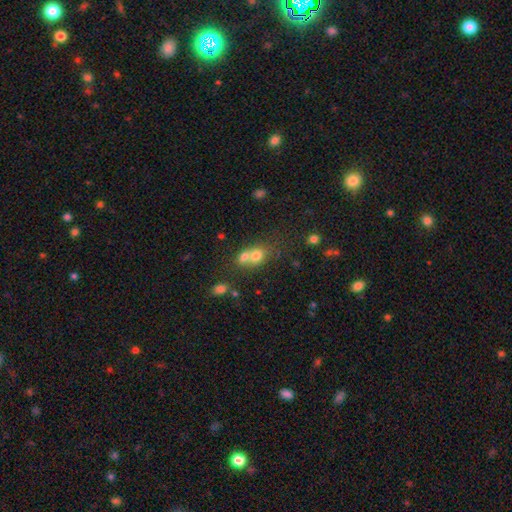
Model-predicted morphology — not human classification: Q: Smooth or featured?
A: smooth (70%); runner-up: featured or disk (17%)
Q: How rounded?
A: round (54%); runner-up: in between (45%)
Q: Merging?
A: merger (65%); runner-up: none (25%)